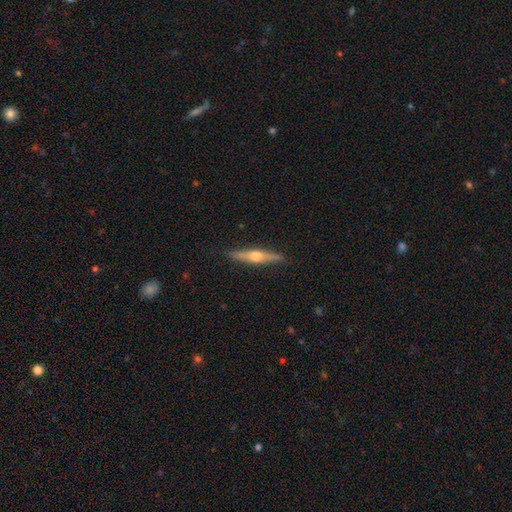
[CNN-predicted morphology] A featured or disk galaxy (71%) viewed edge-on (97%) with a rounded central bulge (93%). Merging: none (90%).